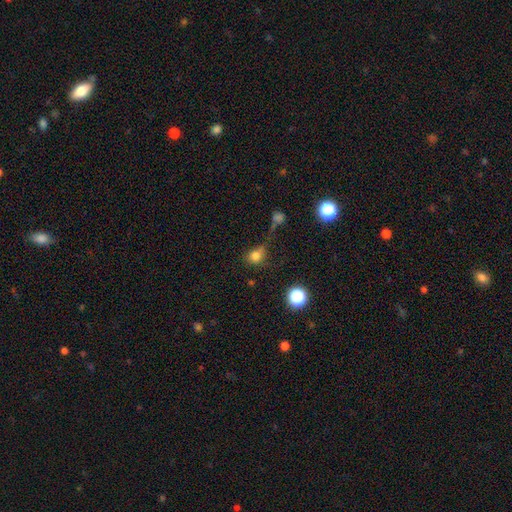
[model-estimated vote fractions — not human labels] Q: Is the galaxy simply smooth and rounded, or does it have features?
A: smooth — 76%.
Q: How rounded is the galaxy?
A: round — 63%.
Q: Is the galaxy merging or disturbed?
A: none — 49%.